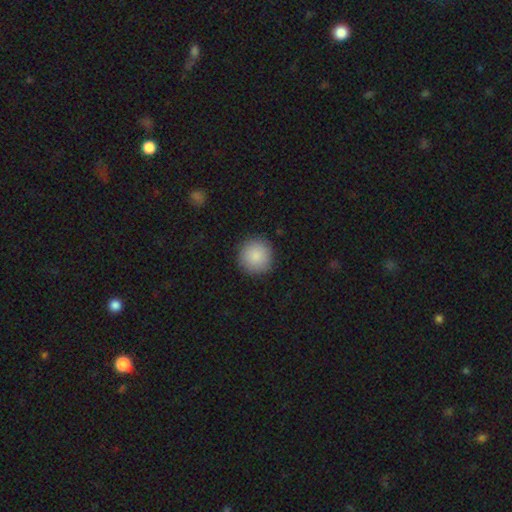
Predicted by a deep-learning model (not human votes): A smooth galaxy with no disk features (87%) that is round (95%). Merging: none (89%).